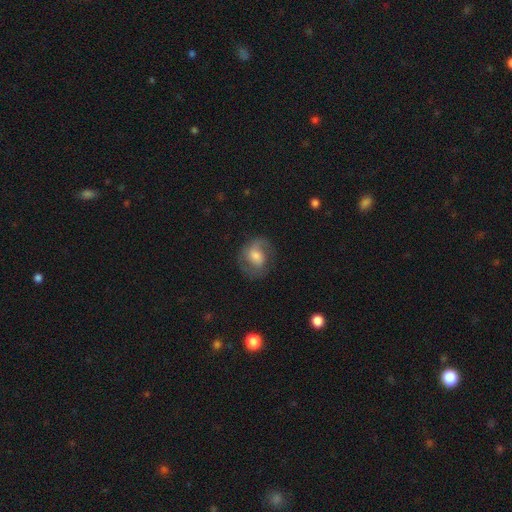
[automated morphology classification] This appears to be a featured or disk galaxy (60%) with a weak bar (43%), spiral arms (85%) and a moderate central bulge (50%). Merging: none (67%).